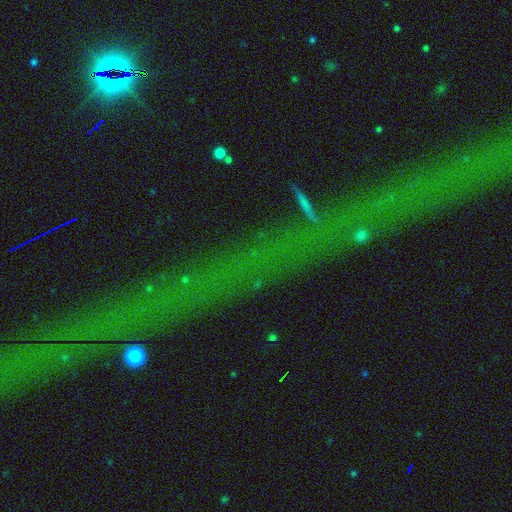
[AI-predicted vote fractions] This is likely a star or artifact rather than a galaxy (74%).